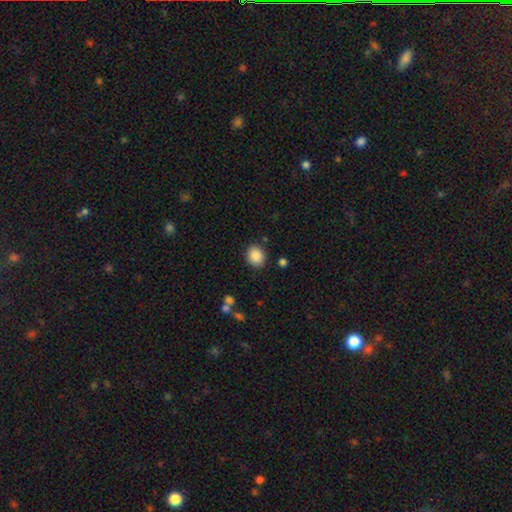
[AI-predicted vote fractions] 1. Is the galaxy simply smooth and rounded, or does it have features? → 88% smooth, 8% star or artifact, 4% featured or disk.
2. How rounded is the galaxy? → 57% round, 42% in between, 1% cigar-shaped.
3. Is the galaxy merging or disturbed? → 86% none, 9% minor disturbance, 3% major disturbance, 2% merger.